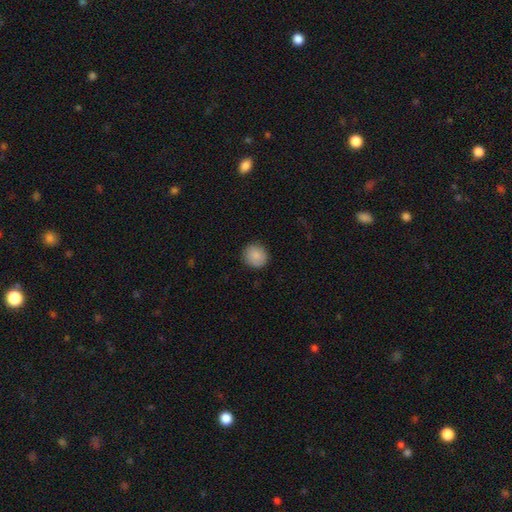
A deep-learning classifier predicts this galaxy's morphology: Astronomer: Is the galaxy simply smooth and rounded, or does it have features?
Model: smooth — 88%.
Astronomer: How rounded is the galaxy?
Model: round — 91%.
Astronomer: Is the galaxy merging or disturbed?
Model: none — 88%.